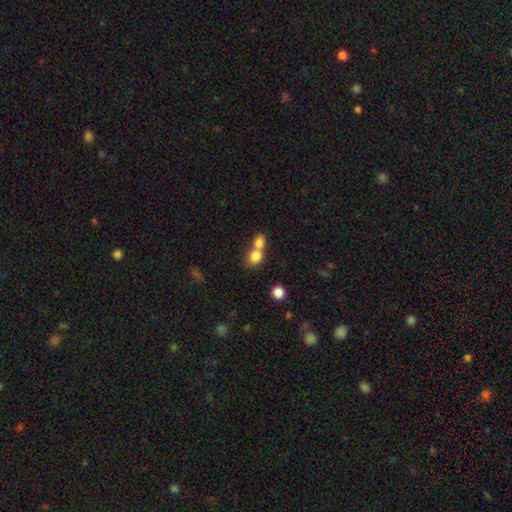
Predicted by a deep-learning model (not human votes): Smooth or featured? smooth (80%)
How rounded? round (62%)
Merging? merger (65%)